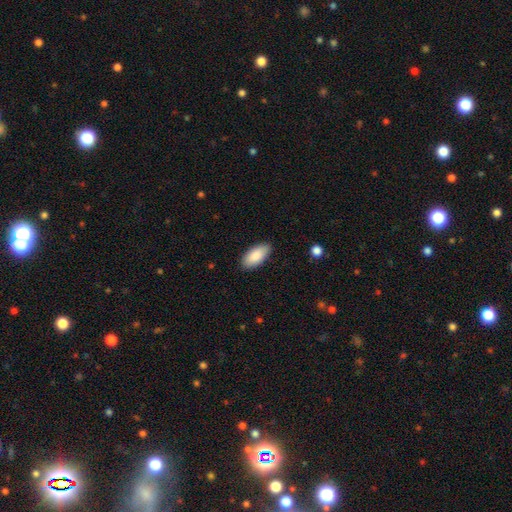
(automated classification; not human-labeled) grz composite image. It shows a smooth galaxy with no disk features (88%) that is in between round and cigar-shaped (92%). Merging: none (86%).